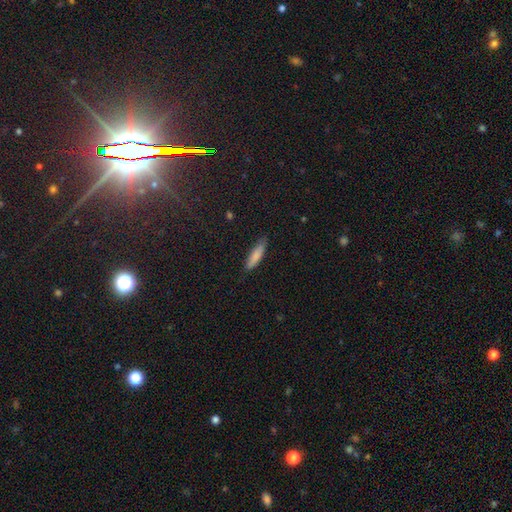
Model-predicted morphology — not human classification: smooth 82%, featured or disk 12%, star or artifact 6%. Down the decision tree: how rounded — cigar-shaped (74%); merging — none (81%).